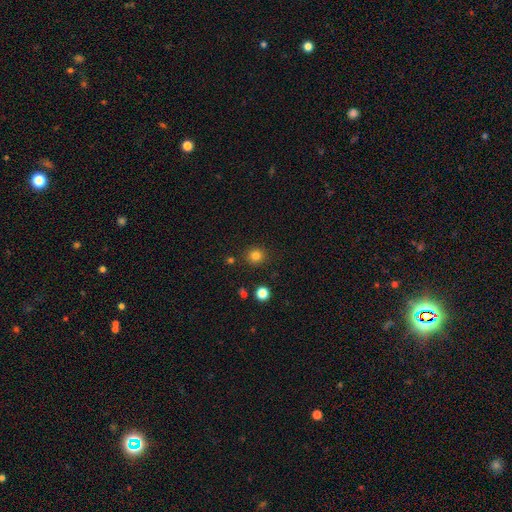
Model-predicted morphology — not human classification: The model was most divided on "smooth or featured": smooth: 81%, star or artifact: 14%, featured or disk: 5%. More confident: how rounded — round (91%); merging — none (88%).